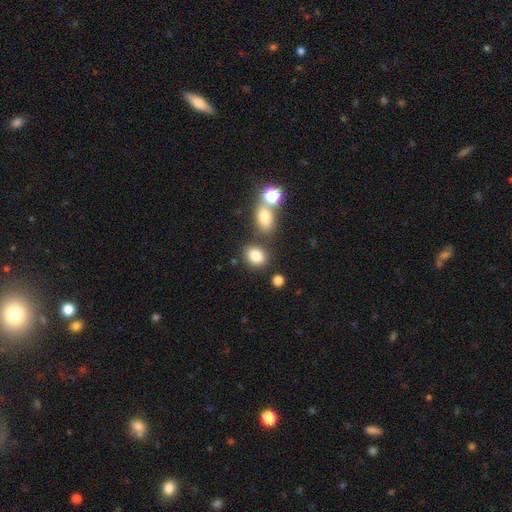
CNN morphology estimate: A smooth galaxy with no disk features (81%) that is in between round and cigar-shaped (54%). Merging: none (69%).